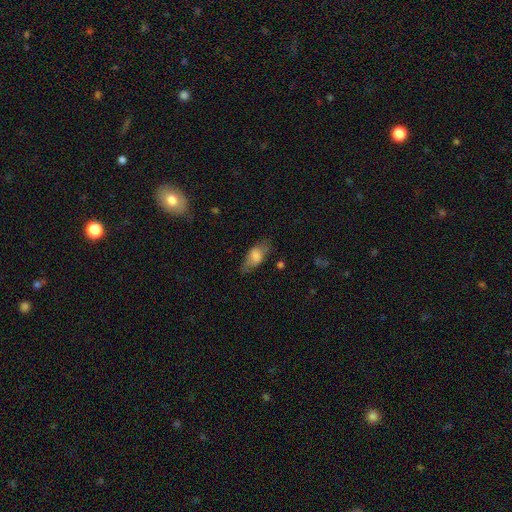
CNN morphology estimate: Smooth or featured? smooth (68%)
How rounded? in between (81%)
Merging? none (64%)